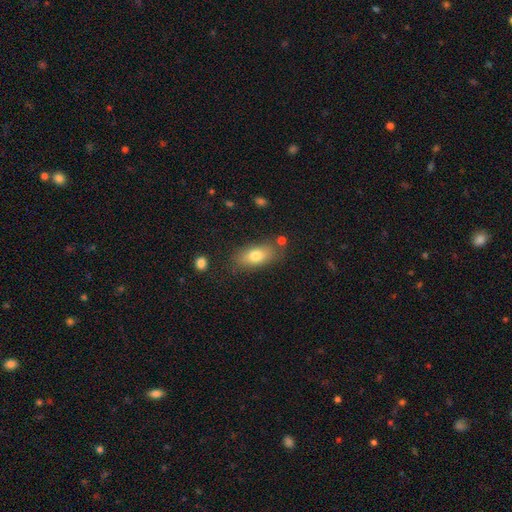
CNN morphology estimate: This appears to be a smooth galaxy with no disk features (76%) that is in between round and cigar-shaped (85%). Merging: none (77%).